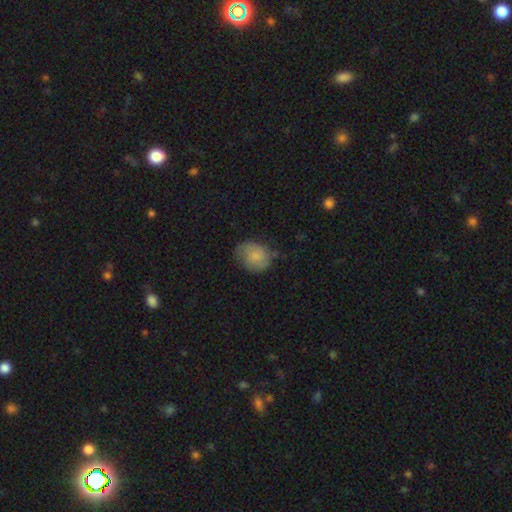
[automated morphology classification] smooth-or-featured: smooth: 75% | featured or disk: 18% | star or artifact: 8%
  how-rounded: round: 57% | in between: 42% | cigar-shaped: 1%
  merging: none: 56% | minor disturbance: 32% | major disturbance: 10% | merger: 2%